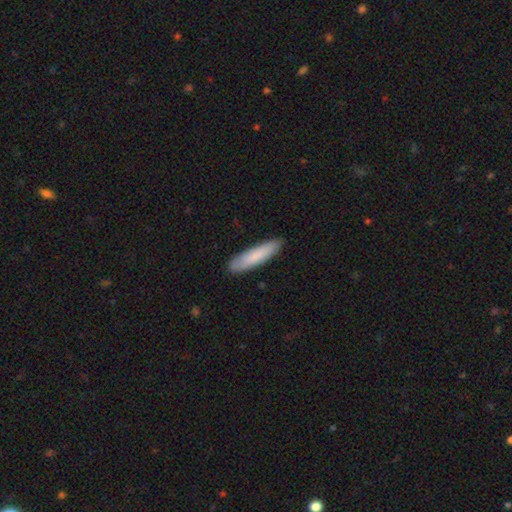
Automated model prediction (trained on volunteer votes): A smooth galaxy with no disk features (82%) that is cigar-shaped (82%).

Vote fractions:
- Smooth or featured? smooth: 82% / featured or disk: 12% / star or artifact: 5%
- How rounded? cigar-shaped: 82% / in between: 17% / round: 1%
- Merging? none: 87% / minor disturbance: 10% / major disturbance: 2% / merger: 1%